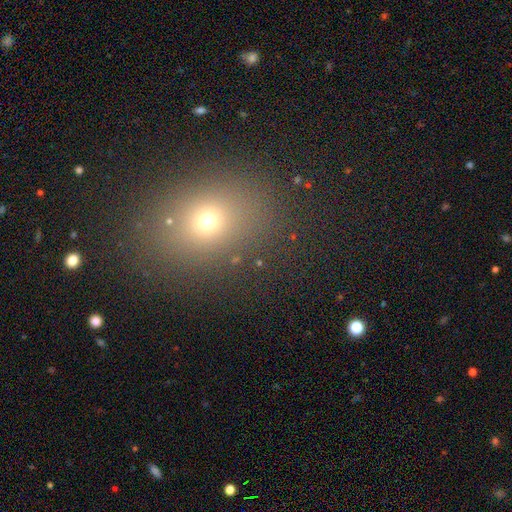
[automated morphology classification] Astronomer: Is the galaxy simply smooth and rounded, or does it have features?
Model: smooth — 63%.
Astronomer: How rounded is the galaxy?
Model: in between — 50% (runner-up: round, 49%).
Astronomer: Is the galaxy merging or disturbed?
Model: none — 85%.